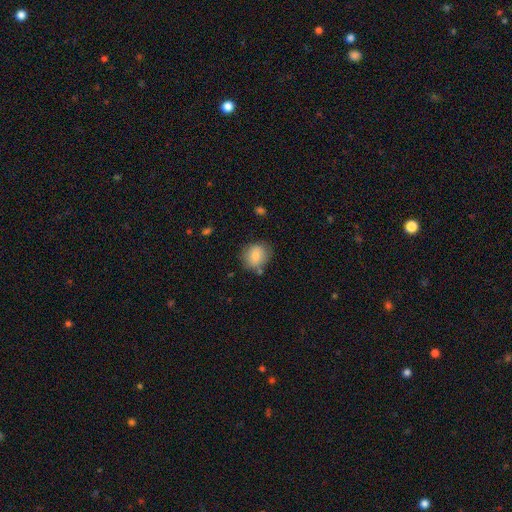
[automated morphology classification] Overall: smooth (81%). How rounded: round (72%). Merging: none (73%).